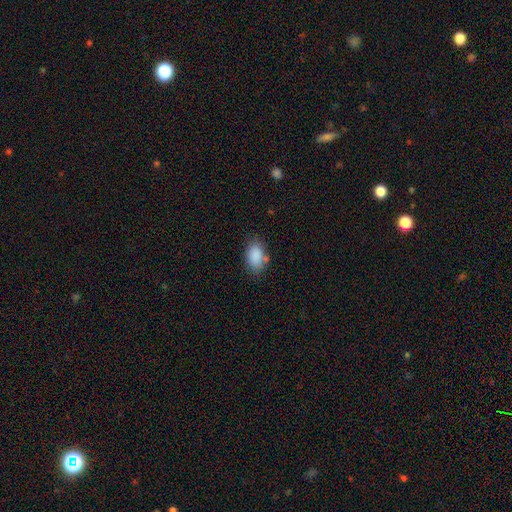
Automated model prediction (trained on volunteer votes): A smooth galaxy with no disk features (88%) that is in between round and cigar-shaped (87%).

Vote fractions:
- Smooth or featured? smooth: 88% / star or artifact: 8% / featured or disk: 5%
- How rounded? in between: 87% / round: 12% / cigar-shaped: 1%
- Merging? none: 75% / minor disturbance: 16% / major disturbance: 4% / merger: 4%